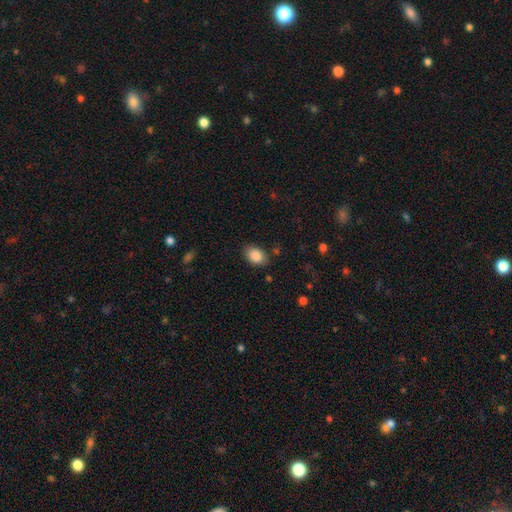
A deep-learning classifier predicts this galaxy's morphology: type=smooth (88%); roundness=in between (78%); merging=none (82%).